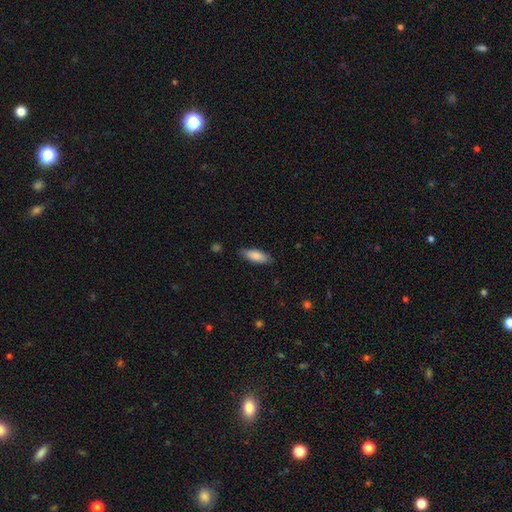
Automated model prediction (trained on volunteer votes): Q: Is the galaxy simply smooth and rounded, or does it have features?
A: smooth — 86%.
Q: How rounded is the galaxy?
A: in between — 69%.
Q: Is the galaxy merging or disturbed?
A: none — 83%.